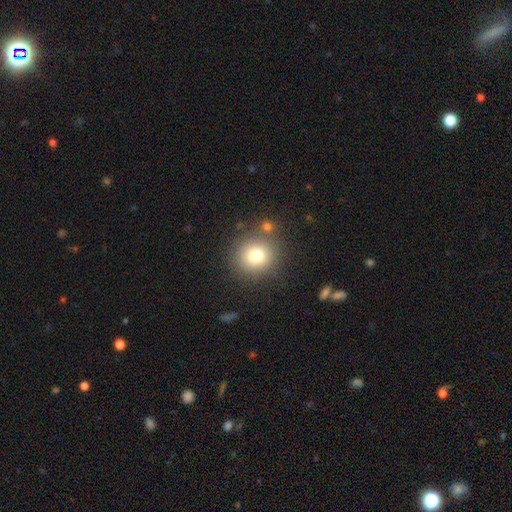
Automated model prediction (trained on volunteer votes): This appears to be a smooth galaxy with no disk features (76%) that is round (89%). Merging: none (80%).